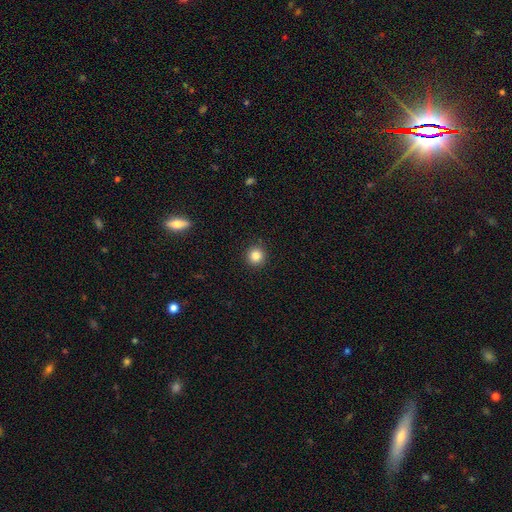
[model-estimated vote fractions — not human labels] Smooth or featured?
  - smooth: 84% *
  - star or artifact: 11%
  - featured or disk: 5%
How rounded?
  - round: 94% *
  - in between: 5%
  - cigar-shaped: 1%
Merging?
  - none: 92% *
  - minor disturbance: 5%
  - major disturbance: 2%
  - merger: 1%